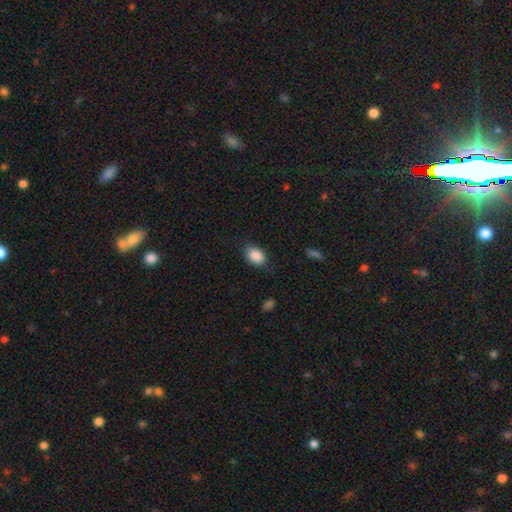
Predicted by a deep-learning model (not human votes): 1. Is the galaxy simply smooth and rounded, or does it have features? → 88% smooth, 8% star or artifact, 4% featured or disk.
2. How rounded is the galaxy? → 82% in between, 17% round, 1% cigar-shaped.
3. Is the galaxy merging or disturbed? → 79% none, 15% minor disturbance, 4% major disturbance, 1% merger.